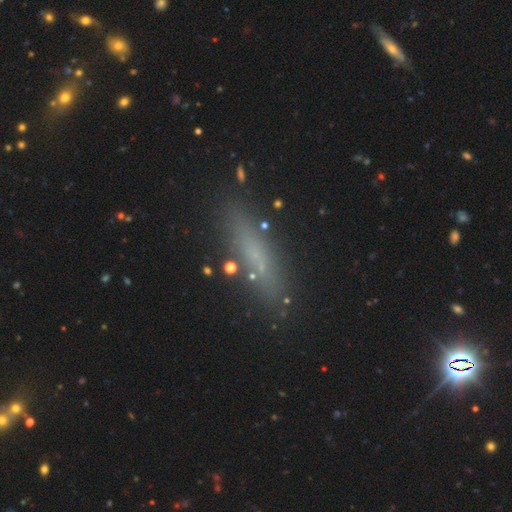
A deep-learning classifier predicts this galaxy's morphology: This appears to be a smooth galaxy with no disk features (56%) that is cigar-shaped (79%). Merging: none (81%).